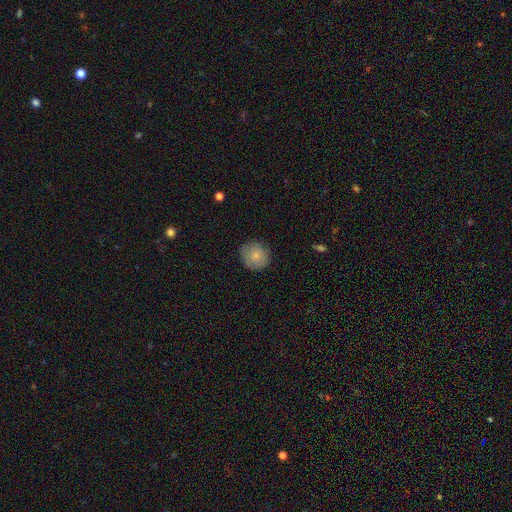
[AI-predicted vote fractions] The model was most divided on "smooth or featured": smooth: 79%, featured or disk: 13%, star or artifact: 8%. More confident: how rounded — round (89%); merging — none (81%).